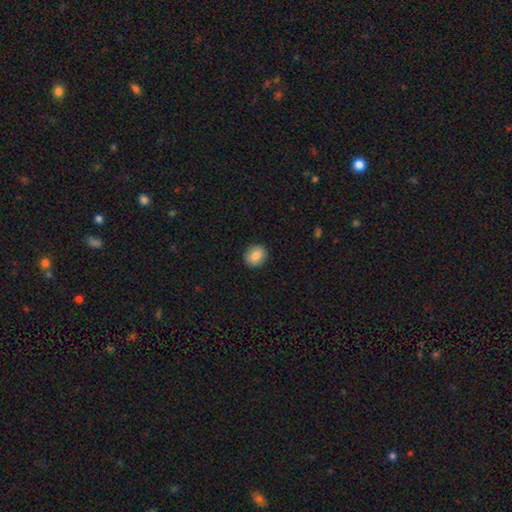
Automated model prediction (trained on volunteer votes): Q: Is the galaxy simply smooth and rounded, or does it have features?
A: smooth — 85%.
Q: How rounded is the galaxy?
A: round — 70%.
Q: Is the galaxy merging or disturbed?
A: none — 90%.